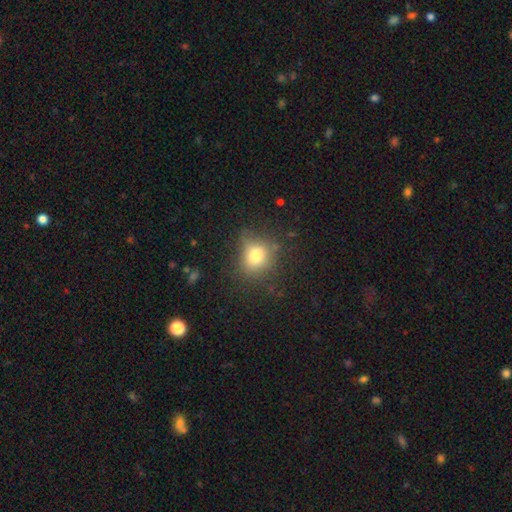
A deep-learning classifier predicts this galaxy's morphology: Overall: smooth (74%). How rounded: round (71%). Merging: none (66%).